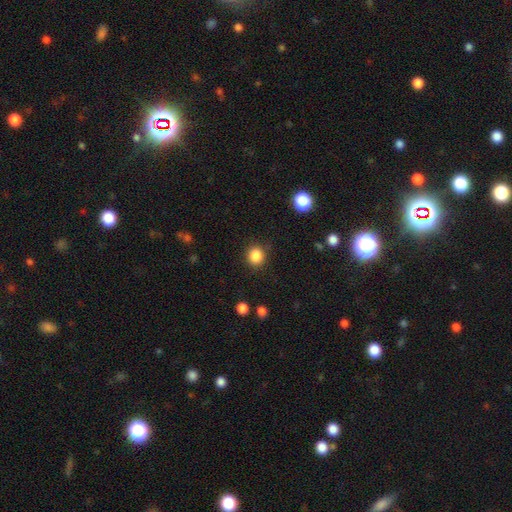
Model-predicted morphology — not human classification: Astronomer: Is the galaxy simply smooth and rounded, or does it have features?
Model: smooth — 86%.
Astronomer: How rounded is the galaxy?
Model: round — 82%.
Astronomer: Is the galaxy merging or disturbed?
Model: none — 87%.